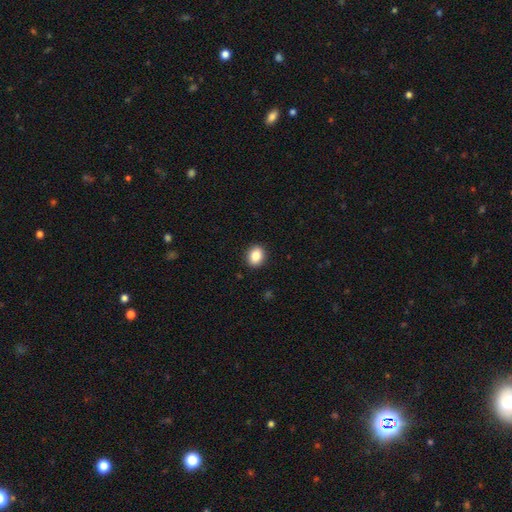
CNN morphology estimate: Smooth or featured?
  - smooth: 86% *
  - star or artifact: 9%
  - featured or disk: 5%
How rounded?
  - round: 50% *
  - in between: 49%
  - cigar-shaped: 1%
Merging?
  - none: 91% *
  - minor disturbance: 6%
  - major disturbance: 2%
  - merger: 1%